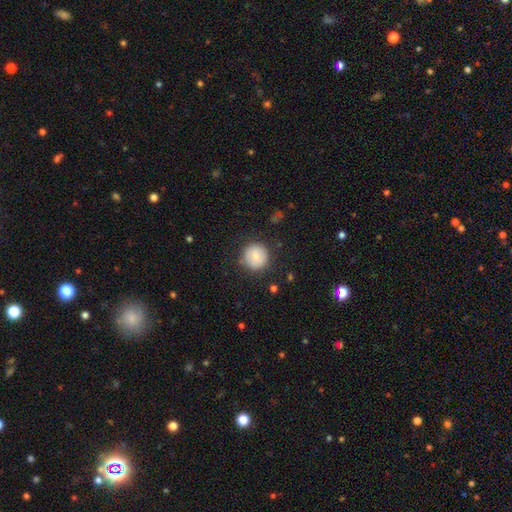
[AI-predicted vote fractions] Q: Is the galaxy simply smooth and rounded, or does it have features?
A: smooth — 78%.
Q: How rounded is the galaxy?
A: round — 95%.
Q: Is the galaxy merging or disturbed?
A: none — 85%.